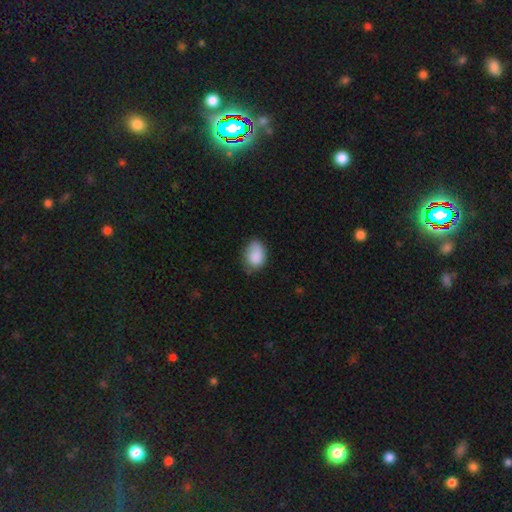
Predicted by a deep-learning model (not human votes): A smooth galaxy with no disk features (86%) that is in between round and cigar-shaped (78%). Merging: none (57%).